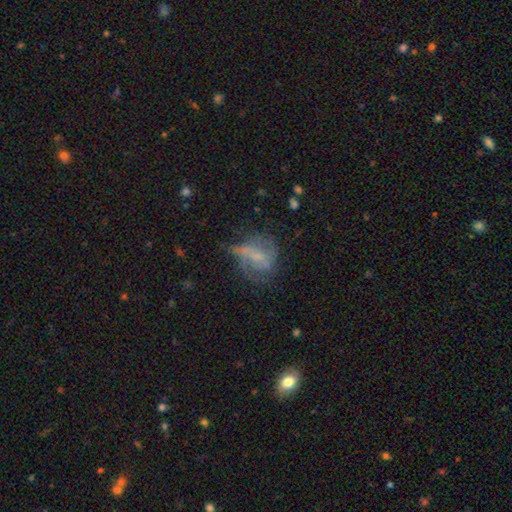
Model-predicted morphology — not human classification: featured or disk 57%, smooth 30%, star or artifact 12%. Down the decision tree: edge-on disk — no (96%); bar — no (50%); spiral arms — yes (60%); bulge size — small (53%); merging — none (40%).